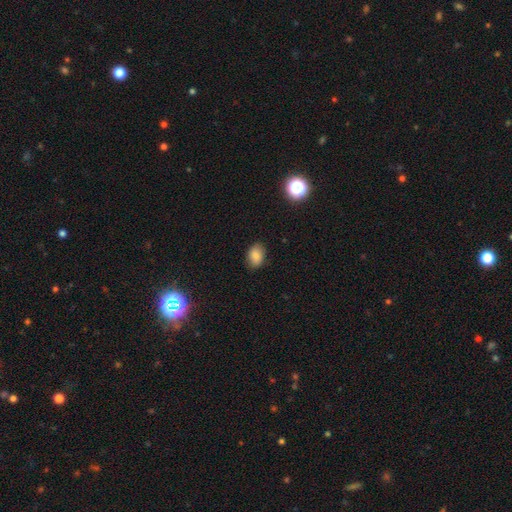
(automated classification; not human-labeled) Smooth or featured? smooth (83%)
How rounded? in between (80%)
Merging? none (85%)